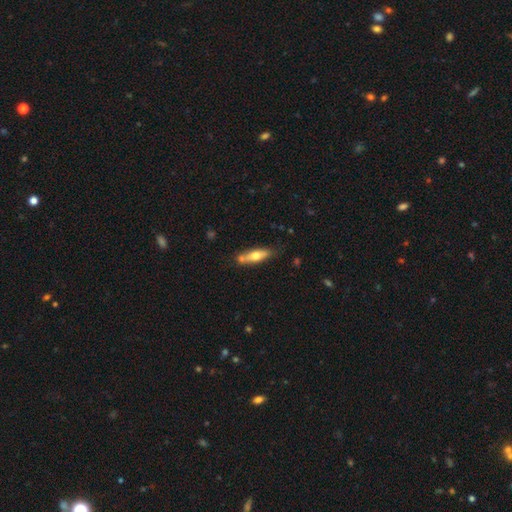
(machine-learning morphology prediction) Q: Smooth or featured?
A: smooth (53%); runner-up: featured or disk (42%)
Q: How rounded?
A: cigar-shaped (57%); runner-up: in between (40%)
Q: Merging?
A: none (68%); runner-up: minor disturbance (17%)